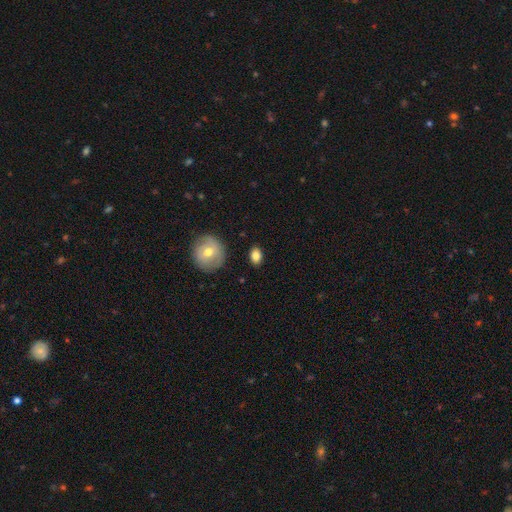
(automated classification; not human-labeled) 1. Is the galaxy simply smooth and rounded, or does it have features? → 82% smooth, 9% star or artifact, 9% featured or disk.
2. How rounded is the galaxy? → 72% in between, 27% round, 2% cigar-shaped.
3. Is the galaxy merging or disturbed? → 87% none, 9% minor disturbance, 2% major disturbance, 2% merger.